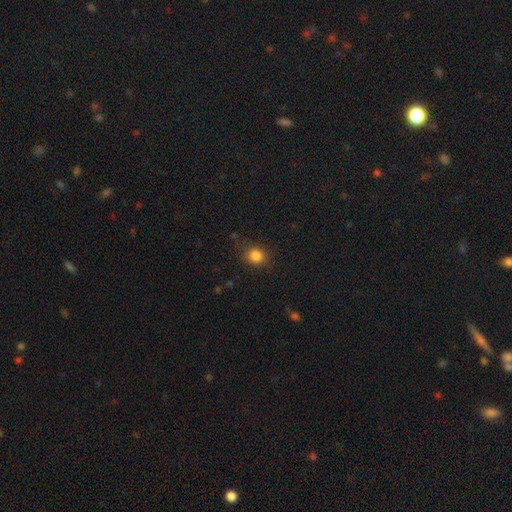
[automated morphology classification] This appears to be a smooth galaxy with no disk features (84%) that is round (73%). Merging: none (82%).